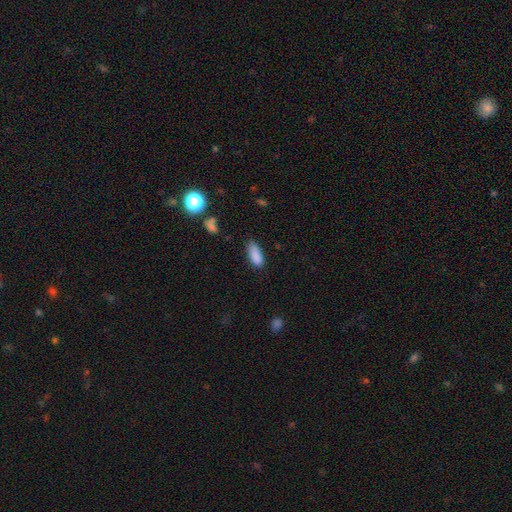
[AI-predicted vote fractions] smooth_or_featured: smooth (p=0.87) [alt: star or artifact p=0.08]
how_rounded: in between (p=0.73) [alt: cigar-shaped p=0.25]
merging: none (p=0.70) [alt: minor disturbance p=0.23]